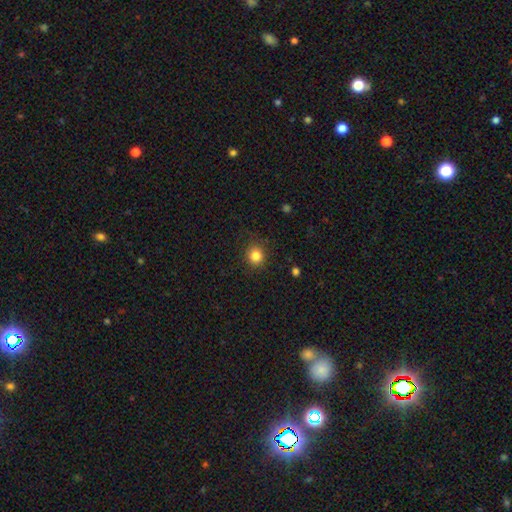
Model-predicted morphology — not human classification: Q: Smooth or featured?
A: smooth (83%); runner-up: star or artifact (12%)
Q: How rounded?
A: round (86%); runner-up: in between (13%)
Q: Merging?
A: none (87%); runner-up: minor disturbance (9%)